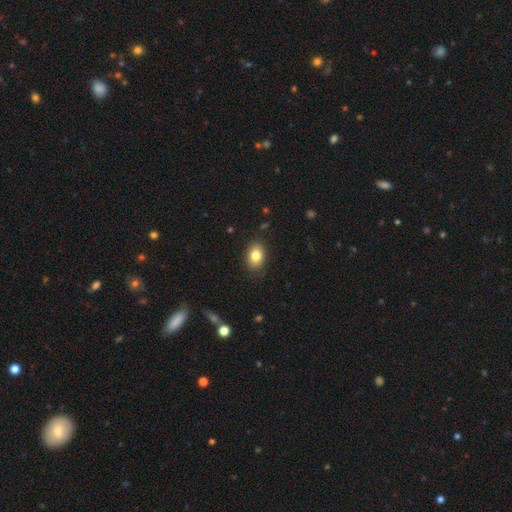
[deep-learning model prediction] Smooth or featured? Predicted: smooth (p=0.82). How rounded? Predicted: in between (p=0.80). Merging? Predicted: none (p=0.87).